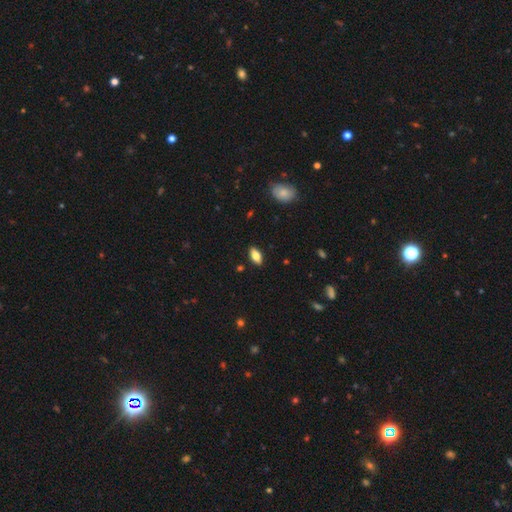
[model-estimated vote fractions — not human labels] This appears to be a smooth galaxy with no disk features (74%) that is in between round and cigar-shaped (87%). Merging: none (88%).